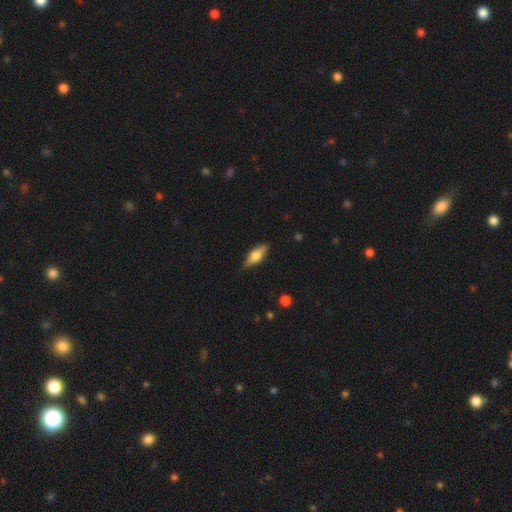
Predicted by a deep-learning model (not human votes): Smooth or featured? smooth (65%)
How rounded? in between (72%)
Merging? none (84%)